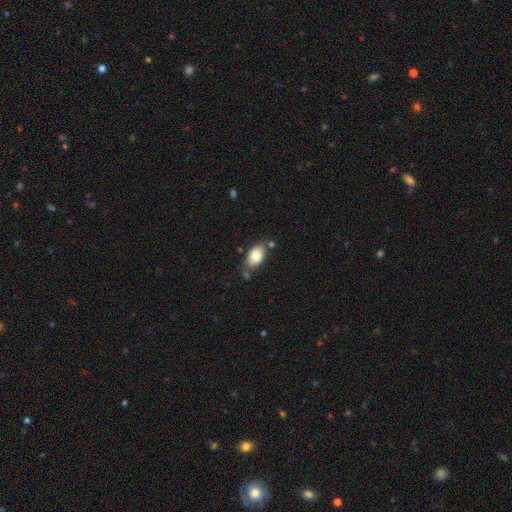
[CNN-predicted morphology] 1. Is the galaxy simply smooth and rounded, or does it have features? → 82% smooth, 11% featured or disk, 7% star or artifact.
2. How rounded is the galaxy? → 90% in between, 8% round, 2% cigar-shaped.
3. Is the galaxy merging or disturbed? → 68% none, 18% minor disturbance, 9% merger, 4% major disturbance.